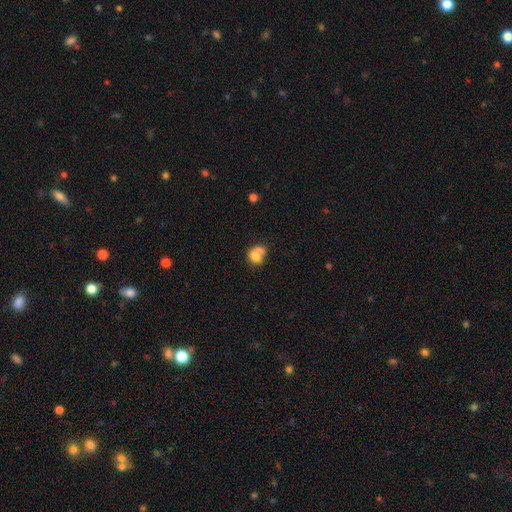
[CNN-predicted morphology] Overall: smooth (71%). How rounded: round (50%; in between 49%). Merging: merger (49%; none 28%).